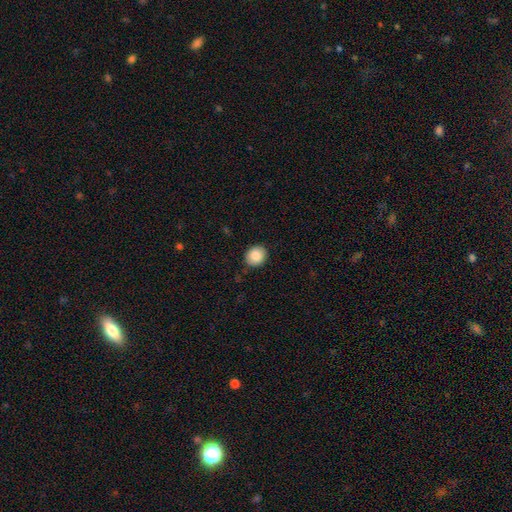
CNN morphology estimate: This appears to be a smooth galaxy with no disk features (87%) that is round (68%). Merging: none (88%).